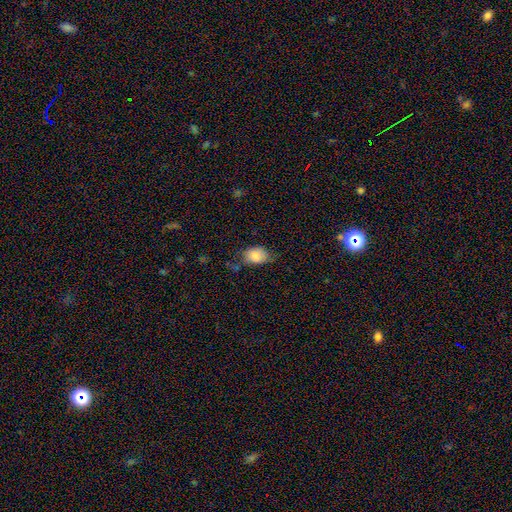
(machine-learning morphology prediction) Smooth or featured?
  - smooth: 83% *
  - featured or disk: 9%
  - star or artifact: 8%
How rounded?
  - in between: 78% *
  - round: 20%
  - cigar-shaped: 1%
Merging?
  - none: 57% *
  - minor disturbance: 32%
  - major disturbance: 9%
  - merger: 3%